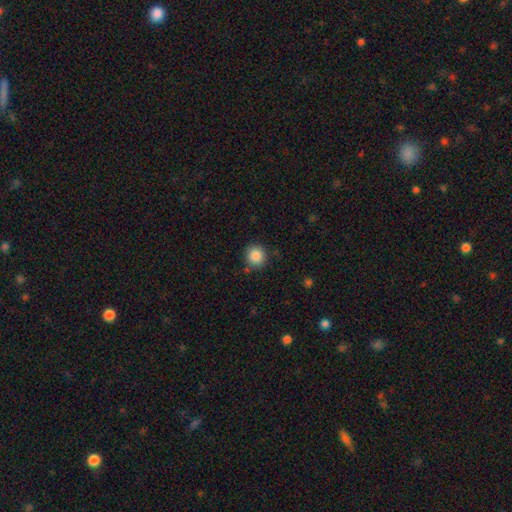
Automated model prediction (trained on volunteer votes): smooth-or-featured: smooth: 87% | star or artifact: 10% | featured or disk: 4%
  how-rounded: round: 91% | in between: 8% | cigar-shaped: 1%
  merging: none: 85% | minor disturbance: 10% | major disturbance: 3% | merger: 2%